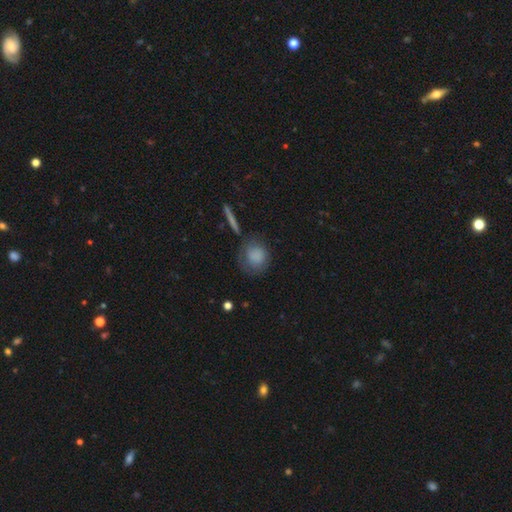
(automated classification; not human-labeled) smooth 77%, featured or disk 15%, star or artifact 8%. Down the decision tree: how rounded — round (81%); merging — none (59%).